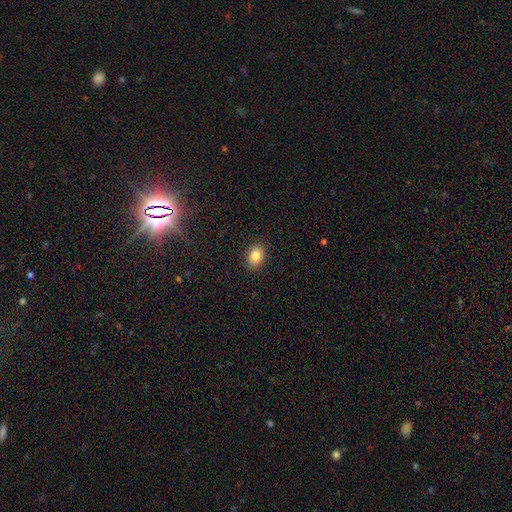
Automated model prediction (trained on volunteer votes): Smooth or featured? smooth (83%)
How rounded? in between (65%)
Merging? none (89%)